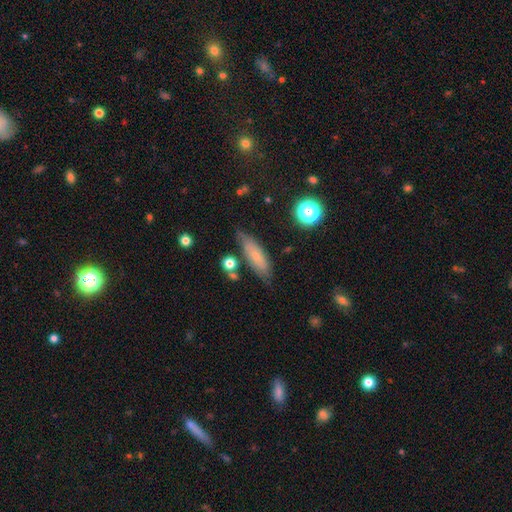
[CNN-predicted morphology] Smooth or featured?
  - smooth: 61% *
  - featured or disk: 30%
  - star or artifact: 9%
How rounded?
  - in between: 49% *
  - cigar-shaped: 48%
  - round: 4%
Merging?
  - none: 70% *
  - minor disturbance: 20%
  - major disturbance: 5%
  - merger: 4%